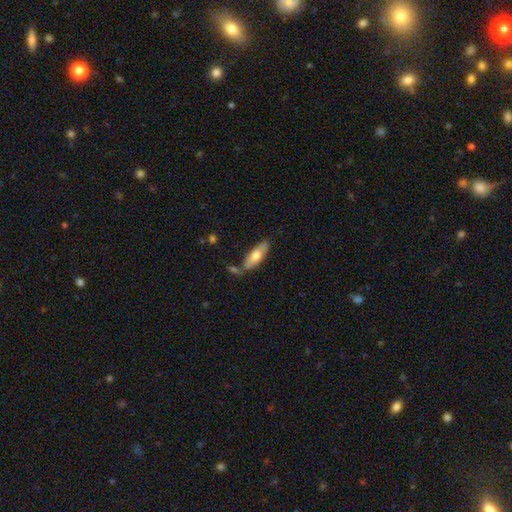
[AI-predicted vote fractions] smooth 63%, featured or disk 32%, star or artifact 6%. Down the decision tree: how rounded — in between (56%); merging — none (66%).